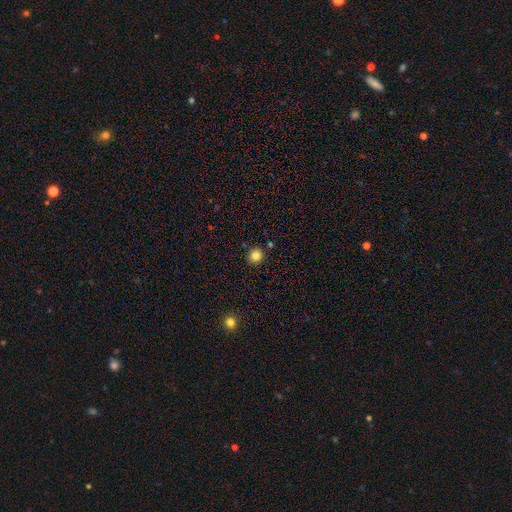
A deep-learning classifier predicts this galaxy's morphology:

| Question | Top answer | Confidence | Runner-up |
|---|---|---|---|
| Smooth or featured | smooth | 83% | star or artifact (12%) |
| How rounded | round | 92% | in between (7%) |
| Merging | none | 89% | minor disturbance (6%) |